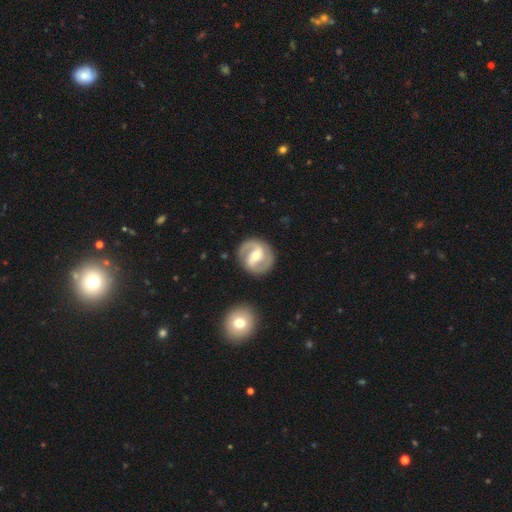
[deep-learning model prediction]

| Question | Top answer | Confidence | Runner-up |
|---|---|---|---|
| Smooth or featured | featured or disk | 84% | smooth (12%) |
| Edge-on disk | no | 98% | yes (2%) |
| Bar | weak | 43% | strong (41%) |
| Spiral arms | yes | 93% | no (7%) |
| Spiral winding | medium | 51% | tight (31%) |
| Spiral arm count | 2 | 91% | can't tell (3%) |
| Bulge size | moderate | 65% | small (28%) |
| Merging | none | 86% | minor disturbance (9%) |